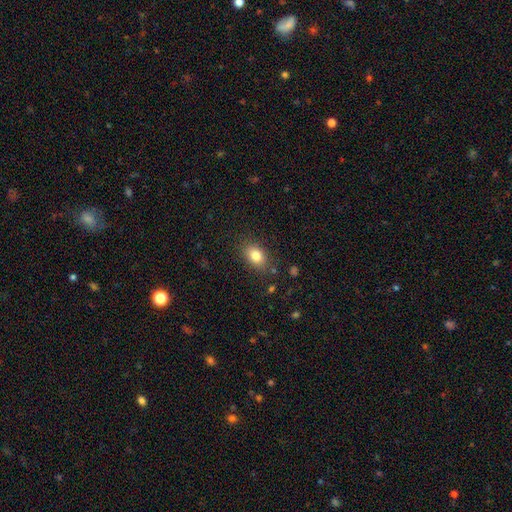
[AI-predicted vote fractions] This appears to be a smooth galaxy with no disk features (81%) that is in between round and cigar-shaped (77%). Merging: none (83%).